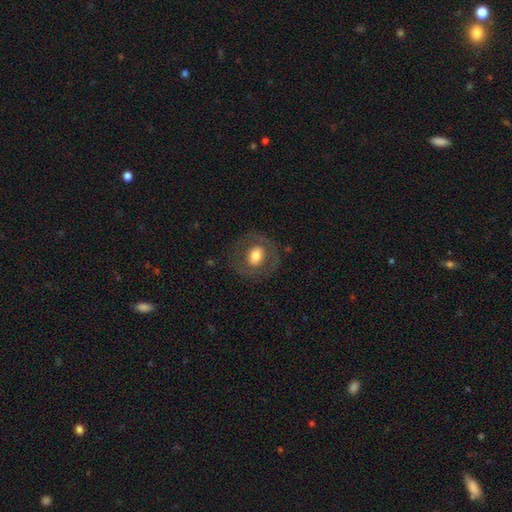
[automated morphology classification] This is possibly a smooth galaxy (56%). How rounded: likely round (71%). Merging: likely none (78%).